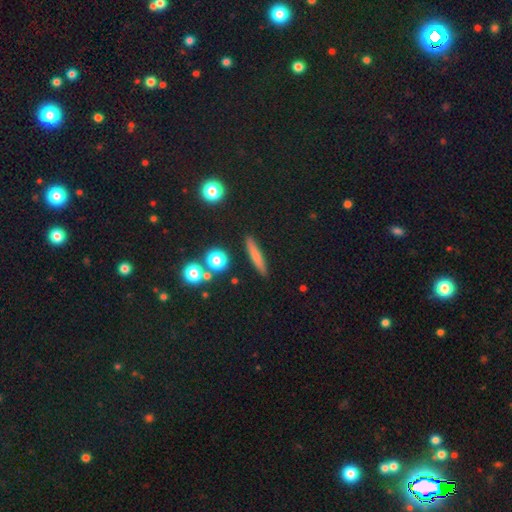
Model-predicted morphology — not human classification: Smooth or featured? Predicted: smooth (p=0.71). How rounded? Predicted: cigar-shaped (p=0.89). Merging? Predicted: none (p=0.89).